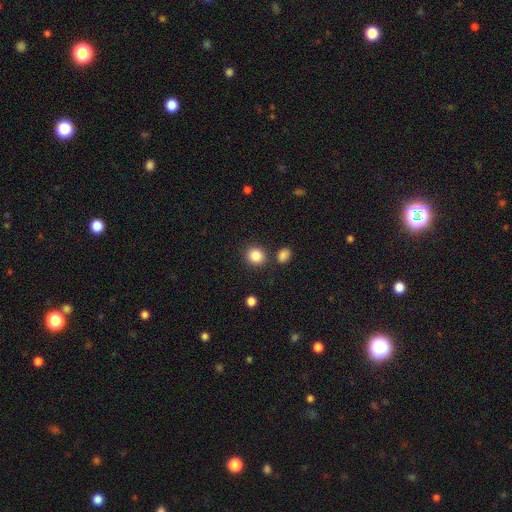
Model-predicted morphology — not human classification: A smooth galaxy with no disk features (86%) that is round (80%).

Vote fractions:
- Smooth or featured? smooth: 86% / star or artifact: 9% / featured or disk: 4%
- How rounded? round: 80% / in between: 19% / cigar-shaped: 1%
- Merging? none: 81% / minor disturbance: 8% / merger: 7% / major disturbance: 3%